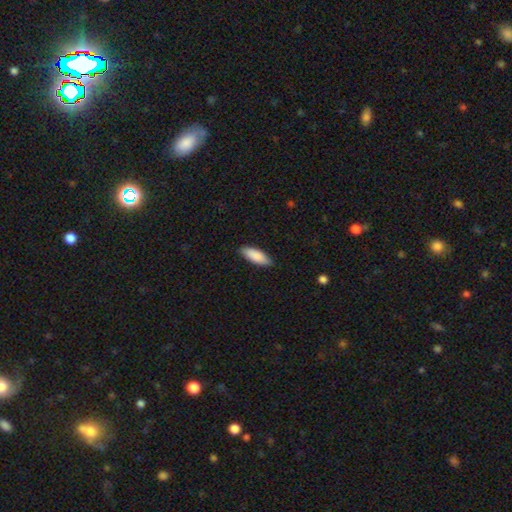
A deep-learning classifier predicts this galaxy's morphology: smooth 87%, featured or disk 7%, star or artifact 5%. Down the decision tree: how rounded — in between (72%); merging — none (85%).